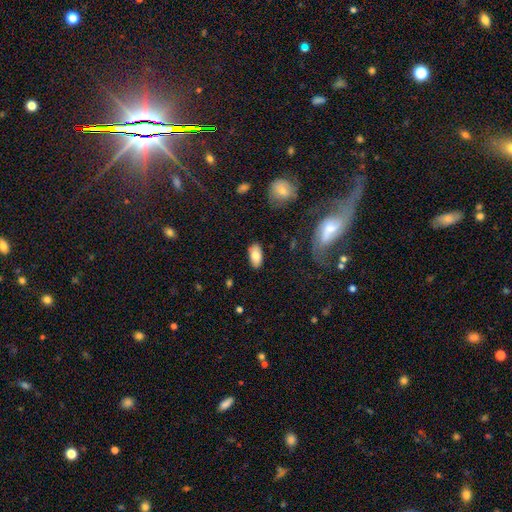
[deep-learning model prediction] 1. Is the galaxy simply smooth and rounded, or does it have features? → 80% smooth, 13% featured or disk, 7% star or artifact.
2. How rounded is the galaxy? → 93% in between, 3% cigar-shaped, 3% round.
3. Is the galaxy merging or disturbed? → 85% none, 11% minor disturbance, 3% major disturbance, 1% merger.